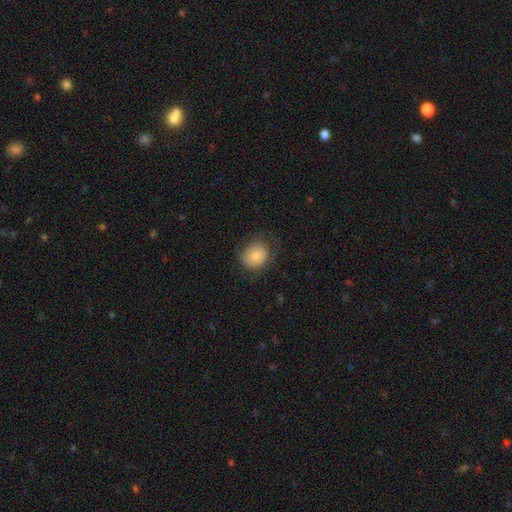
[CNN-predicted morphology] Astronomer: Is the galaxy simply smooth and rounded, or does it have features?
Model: smooth — 79%.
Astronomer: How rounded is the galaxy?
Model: round — 69%.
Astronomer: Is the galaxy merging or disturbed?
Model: none — 65%.